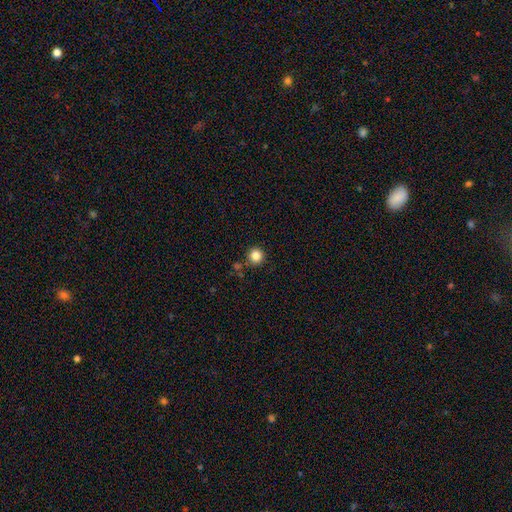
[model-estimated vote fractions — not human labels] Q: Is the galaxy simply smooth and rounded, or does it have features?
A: smooth — 84%.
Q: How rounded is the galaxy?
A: round — 95%.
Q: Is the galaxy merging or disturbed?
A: none — 86%.